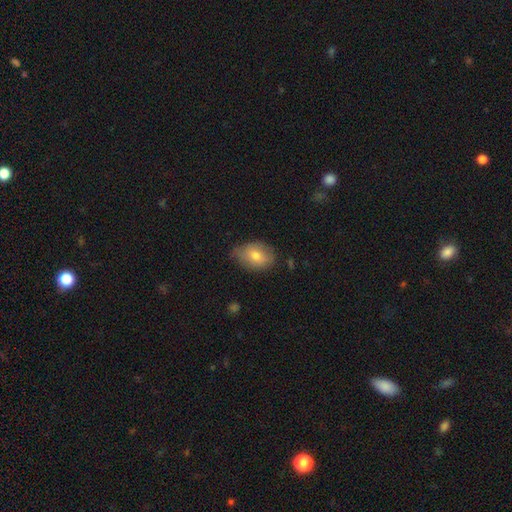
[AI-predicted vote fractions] Smooth or featured? smooth (73%)
How rounded? in between (78%)
Merging? none (63%)